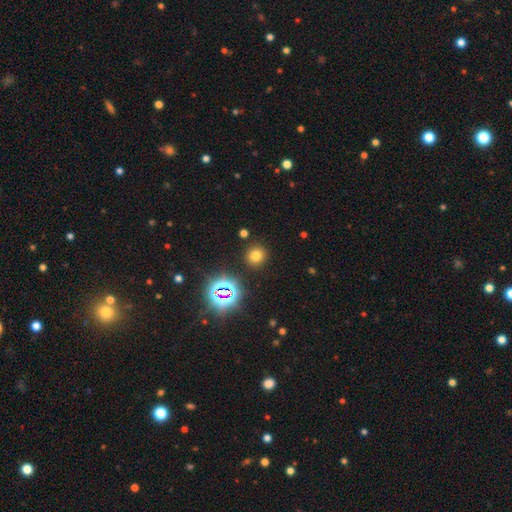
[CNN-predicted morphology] smooth 69%, star or artifact 23%, featured or disk 7%. Down the decision tree: how rounded — round (89%); merging — none (89%).